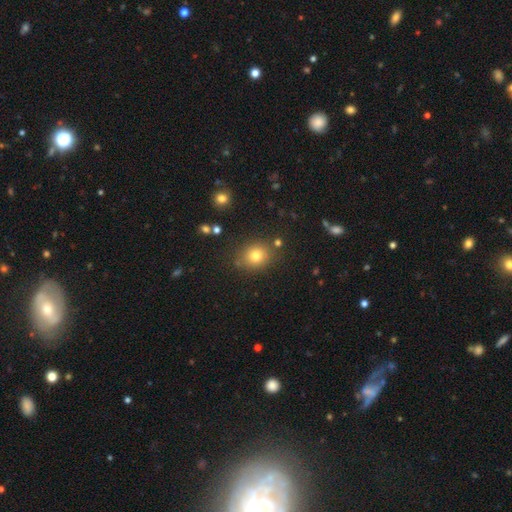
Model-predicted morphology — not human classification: Smooth or featured?
  - smooth: 78% *
  - star or artifact: 14%
  - featured or disk: 9%
How rounded?
  - round: 70% *
  - in between: 29%
  - cigar-shaped: 1%
Merging?
  - none: 82% *
  - minor disturbance: 10%
  - merger: 4%
  - major disturbance: 3%